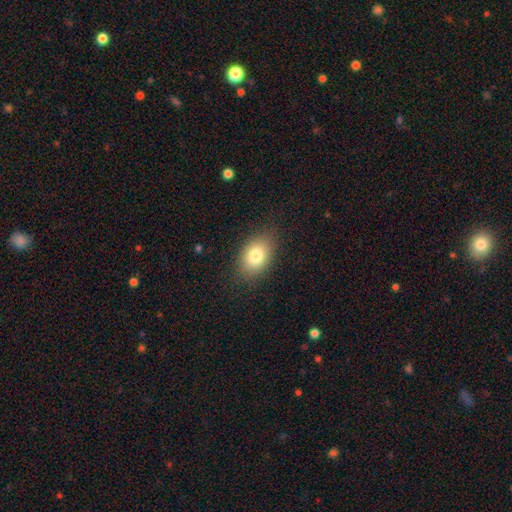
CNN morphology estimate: A smooth galaxy with no disk features (80%) that is in between round and cigar-shaped (83%).

Vote fractions:
- Smooth or featured? smooth: 80% / featured or disk: 11% / star or artifact: 9%
- How rounded? in between: 83% / round: 16% / cigar-shaped: 2%
- Merging? none: 82% / minor disturbance: 13% / major disturbance: 4% / merger: 1%